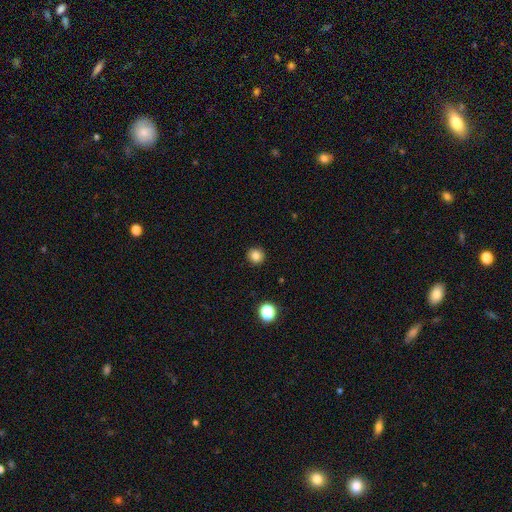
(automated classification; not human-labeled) This is clearly a smooth galaxy (83%). How rounded: clearly round (94%). Merging: clearly none (92%).